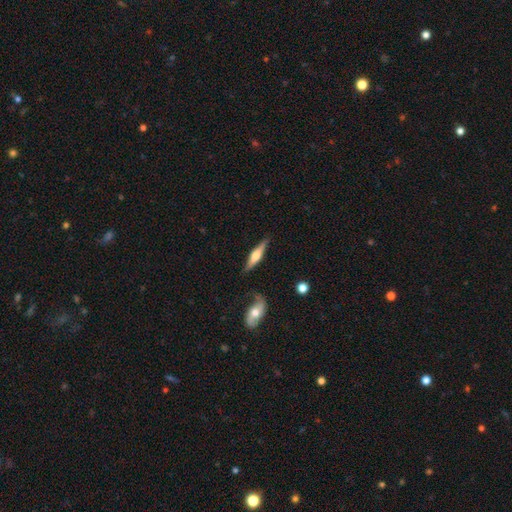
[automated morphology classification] Smooth or featured? featured or disk (56%)
Edge-on disk? yes (93%)
Edge-on bulge? rounded (85%)
Merging? none (78%)